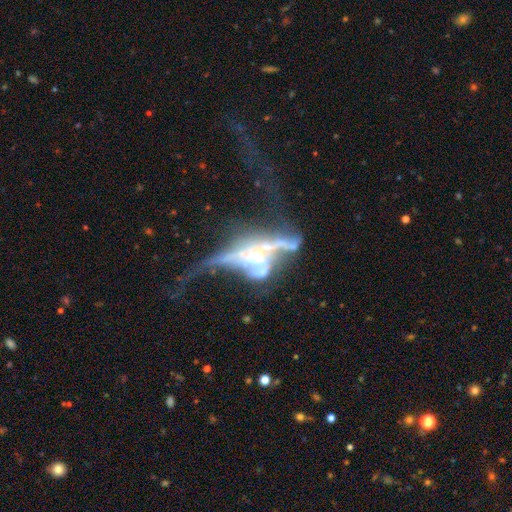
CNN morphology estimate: This appears to be a featured or disk galaxy (76%) viewed edge-on (51%). Merging: merger (36%).